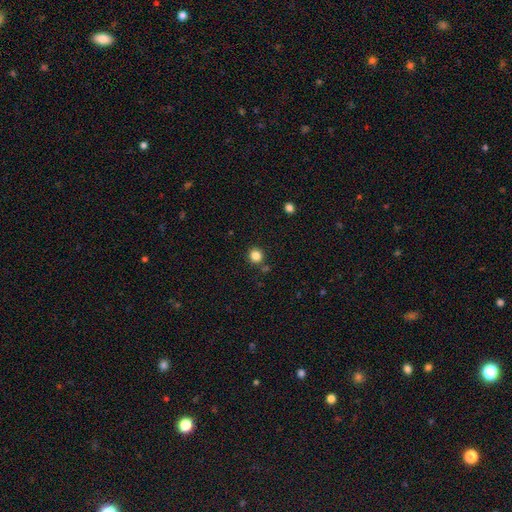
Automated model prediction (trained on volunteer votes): Smooth or featured: smooth — 84% (star or artifact — 12%)
How rounded: round — 92% (in between — 7%)
Merging: none — 86% (minor disturbance — 7%)